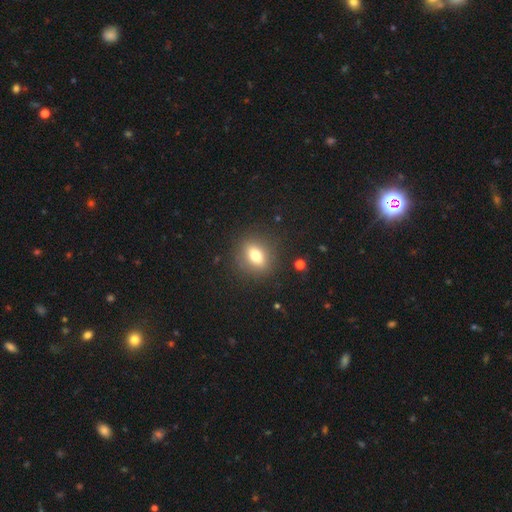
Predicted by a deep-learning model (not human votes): Smooth or featured: smooth — 75% (featured or disk — 14%)
How rounded: in between — 60% (round — 36%)
Merging: none — 86% (minor disturbance — 9%)